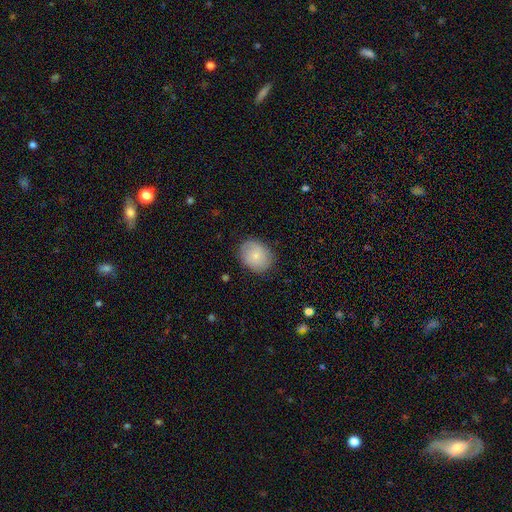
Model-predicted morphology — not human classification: Smooth or featured? Predicted: smooth (p=0.78). How rounded? Predicted: round (p=0.59). Merging? Predicted: none (p=0.83).